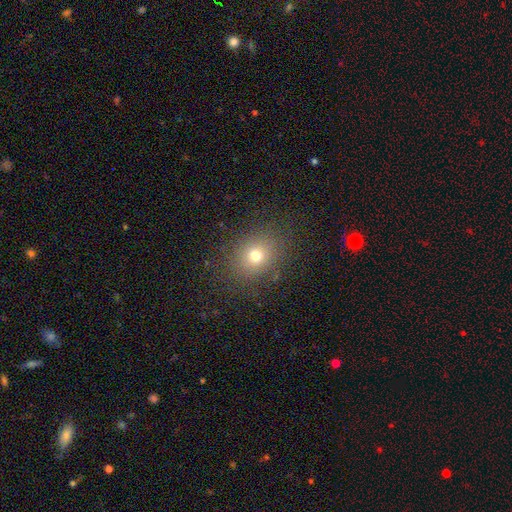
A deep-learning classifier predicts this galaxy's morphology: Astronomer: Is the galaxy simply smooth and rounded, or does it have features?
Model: smooth — 71%.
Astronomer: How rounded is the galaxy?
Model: round — 60% (runner-up: in between, 39%).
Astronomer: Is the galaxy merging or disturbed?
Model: none — 83%.